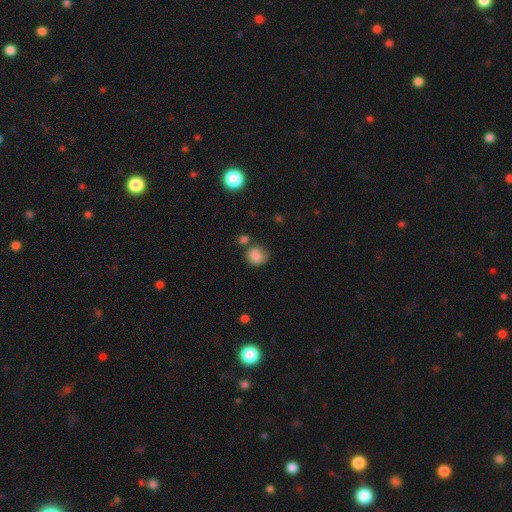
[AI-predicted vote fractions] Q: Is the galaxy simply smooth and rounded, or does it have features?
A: smooth — 83%.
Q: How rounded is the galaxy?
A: round — 59%.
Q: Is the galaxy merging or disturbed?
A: none — 59%.